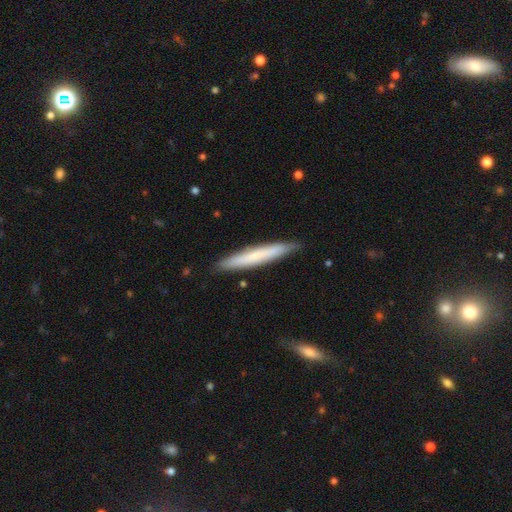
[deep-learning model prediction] Q: Smooth or featured?
A: smooth (63%); runner-up: featured or disk (32%)
Q: How rounded?
A: cigar-shaped (95%); runner-up: in between (4%)
Q: Merging?
A: none (88%); runner-up: minor disturbance (9%)